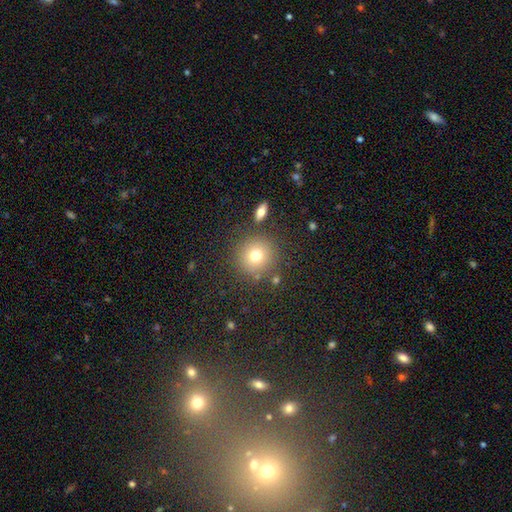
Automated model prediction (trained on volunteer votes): Smooth or featured?
  - smooth: 75% *
  - star or artifact: 14%
  - featured or disk: 12%
How rounded?
  - round: 92% *
  - in between: 7%
  - cigar-shaped: 1%
Merging?
  - none: 83% *
  - minor disturbance: 8%
  - merger: 5%
  - major disturbance: 4%